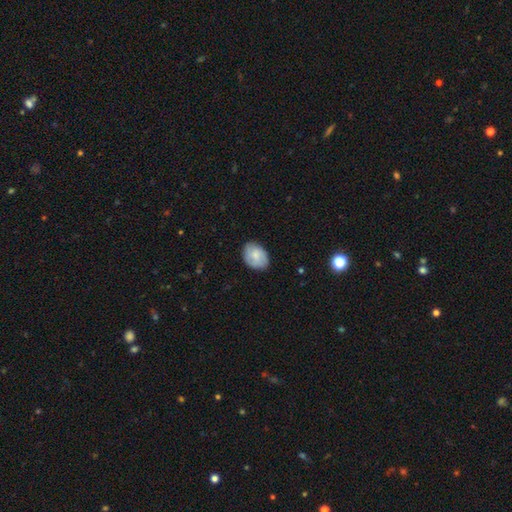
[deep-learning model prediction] smooth 71%, featured or disk 22%, star or artifact 7%. Down the decision tree: how rounded — in between (76%); merging — none (80%).